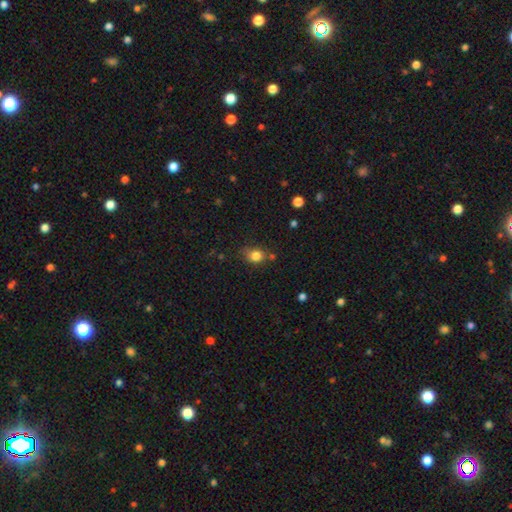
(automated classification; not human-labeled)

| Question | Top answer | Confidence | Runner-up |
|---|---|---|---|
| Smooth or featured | smooth | 82% | star or artifact (11%) |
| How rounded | round | 54% | in between (45%) |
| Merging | none | 64% | minor disturbance (23%) |